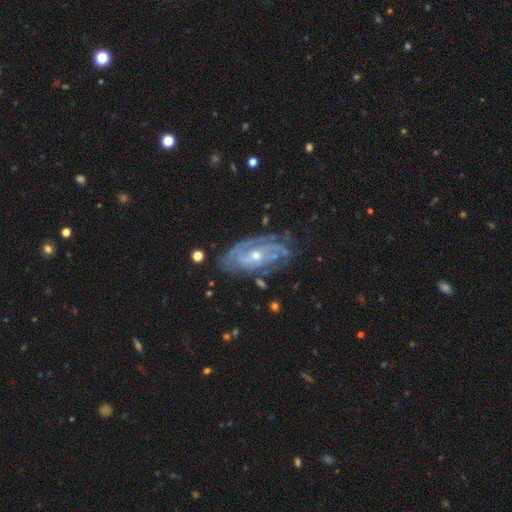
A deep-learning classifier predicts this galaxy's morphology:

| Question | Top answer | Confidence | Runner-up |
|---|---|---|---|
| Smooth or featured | featured or disk | 87% | smooth (7%) |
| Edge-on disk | no | 94% | yes (6%) |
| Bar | no | 63% | weak (28%) |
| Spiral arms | yes | 93% | no (7%) |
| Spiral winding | tight | 62% | medium (30%) |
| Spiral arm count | can't tell | 35% | 2 (30%) |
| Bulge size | small | 49% | moderate (48%) |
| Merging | none | 68% | minor disturbance (21%) |